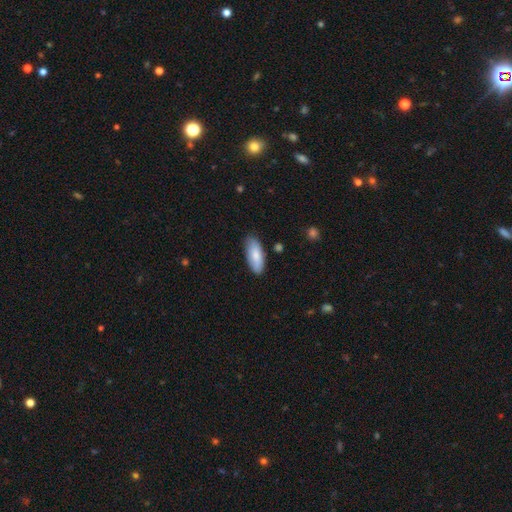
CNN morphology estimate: smooth 82%, featured or disk 12%, star or artifact 6%. Down the decision tree: how rounded — in between (79%); merging — none (81%).